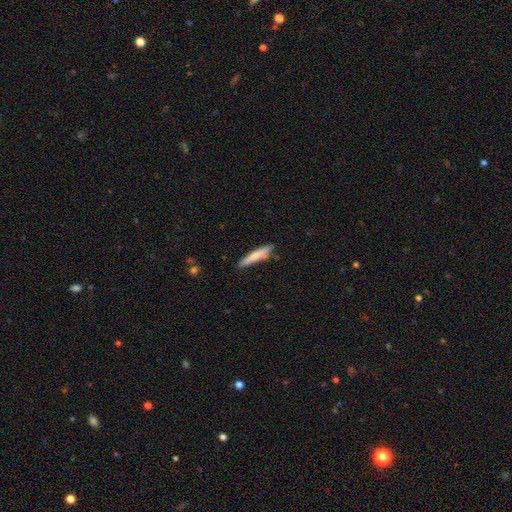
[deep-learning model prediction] A smooth galaxy with no disk features (73%) that is cigar-shaped (91%). Merging: none (83%).